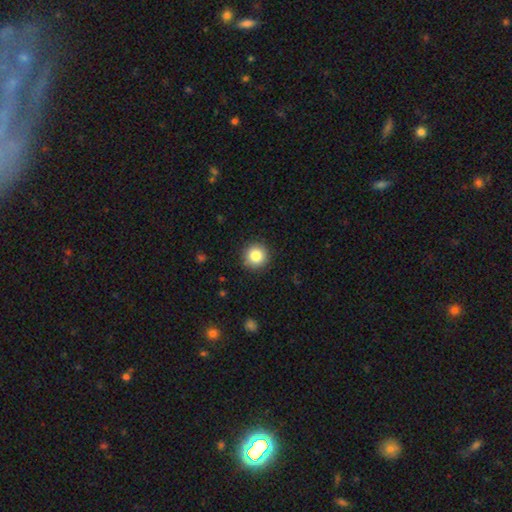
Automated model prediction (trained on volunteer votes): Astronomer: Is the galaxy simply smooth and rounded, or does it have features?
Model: smooth — 85%.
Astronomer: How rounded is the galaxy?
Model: round — 95%.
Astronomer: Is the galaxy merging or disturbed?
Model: none — 91%.